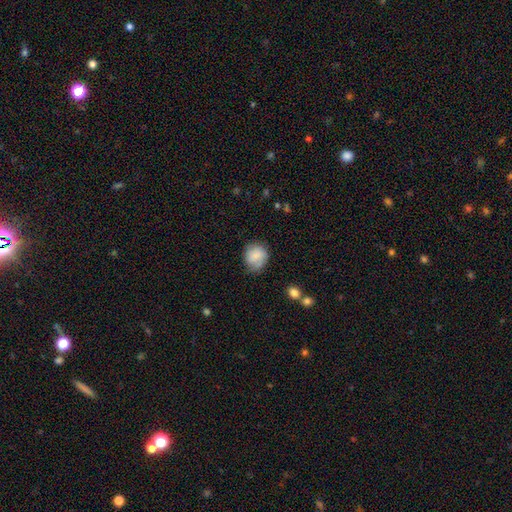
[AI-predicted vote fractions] Smooth or featured? smooth (80%)
How rounded? round (71%)
Merging? none (61%)